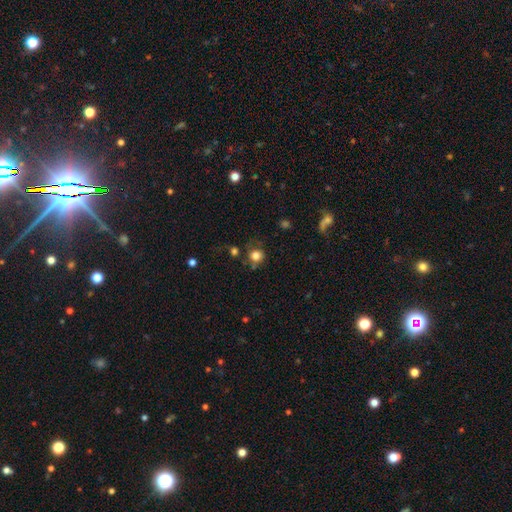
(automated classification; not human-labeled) A smooth galaxy with no disk features (79%) that is round (85%). Merging: none (61%).